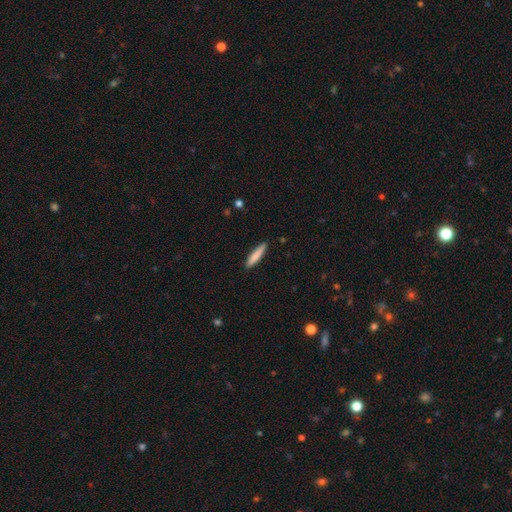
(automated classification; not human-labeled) Smooth or featured? smooth (83%)
How rounded? cigar-shaped (87%)
Merging? none (89%)